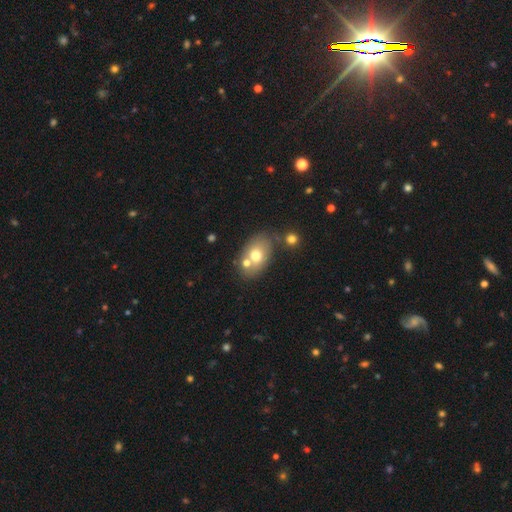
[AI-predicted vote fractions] This is likely a smooth galaxy (67%). How rounded: likely in between (80%). Merging: possibly none (55%).